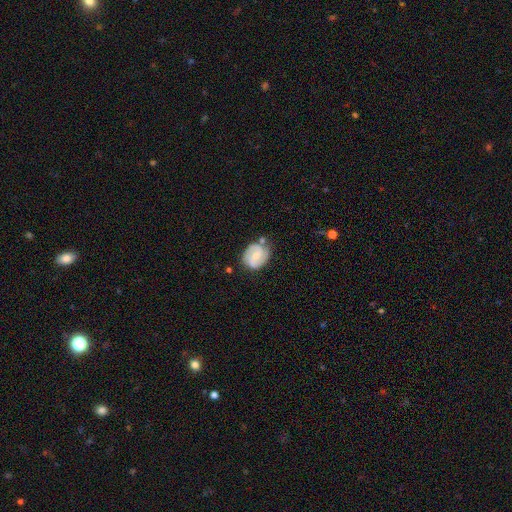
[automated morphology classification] Smooth or featured? Predicted: featured or disk (p=0.69). Edge-on disk? Predicted: no (p=0.98). Bar? Predicted: weak (p=0.53). Spiral arms? Predicted: yes (p=0.92). Spiral winding? Predicted: medium (p=0.46). Spiral arm count? Predicted: 2 (p=0.83). Bulge size? Predicted: small (p=0.51). Merging? Predicted: none (p=0.64).